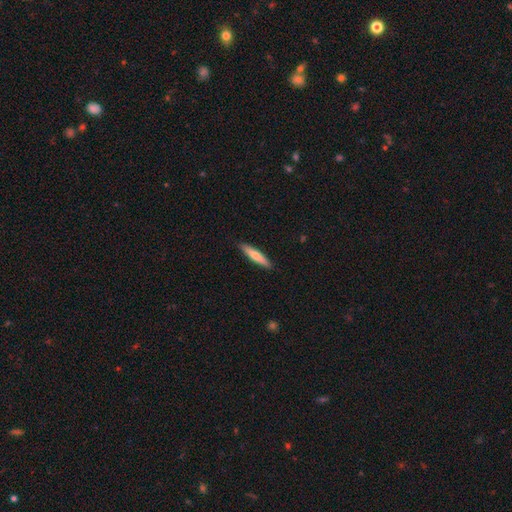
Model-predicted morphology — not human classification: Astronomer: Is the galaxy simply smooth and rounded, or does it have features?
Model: smooth — 70%.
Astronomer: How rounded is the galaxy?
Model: cigar-shaped — 87%.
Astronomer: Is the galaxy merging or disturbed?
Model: none — 90%.